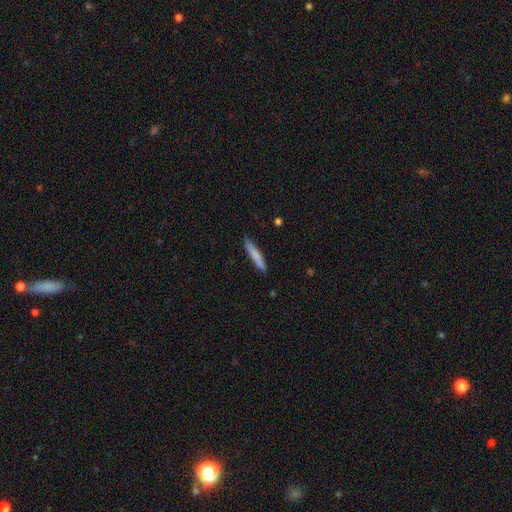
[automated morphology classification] A smooth galaxy with no disk features (75%) that is cigar-shaped (94%).

Vote fractions:
- Smooth or featured? smooth: 75% / featured or disk: 19% / star or artifact: 6%
- How rounded? cigar-shaped: 94% / in between: 5% / round: 1%
- Merging? none: 89% / minor disturbance: 8% / major disturbance: 2% / merger: 1%